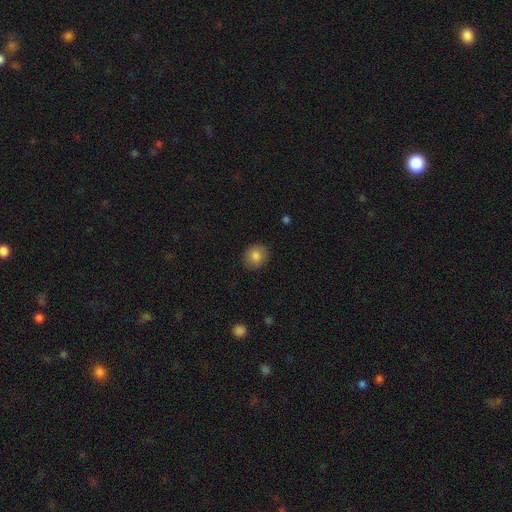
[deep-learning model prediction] The model was most divided on "how rounded": round: 74%, in between: 25%, cigar-shaped: 1%. More confident: merging — none (88%); smooth or featured — smooth (83%).